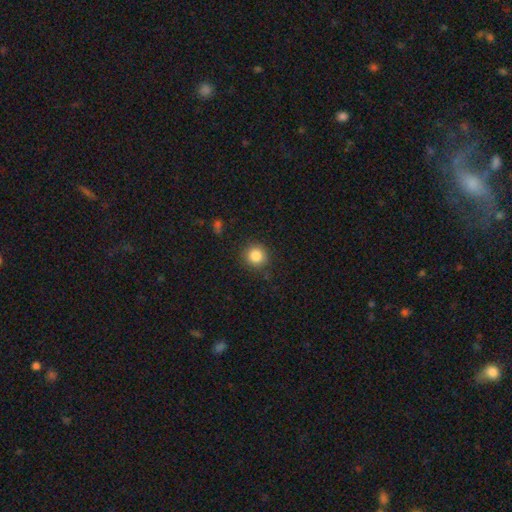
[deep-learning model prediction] Overall: smooth (85%). How rounded: round (93%). Merging: none (89%).